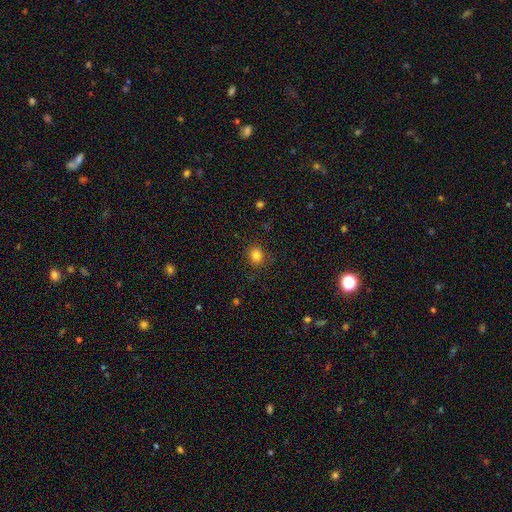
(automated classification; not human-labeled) Smooth or featured? smooth (84%)
How rounded? round (78%)
Merging? none (86%)